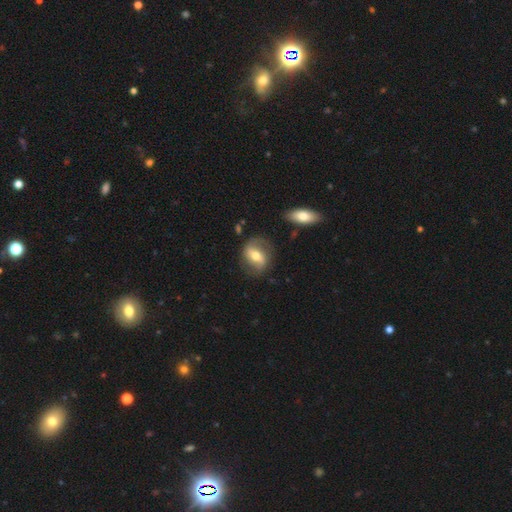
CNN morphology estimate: Q: Smooth or featured?
A: featured or disk (58%); runner-up: smooth (36%)
Q: Edge-on disk?
A: no (92%); runner-up: yes (8%)
Q: Bar?
A: strong (40%); runner-up: weak (37%)
Q: Spiral arms?
A: yes (74%); runner-up: no (26%)
Q: Bulge size?
A: moderate (69%); runner-up: small (17%)
Q: Merging?
A: none (72%); runner-up: minor disturbance (17%)